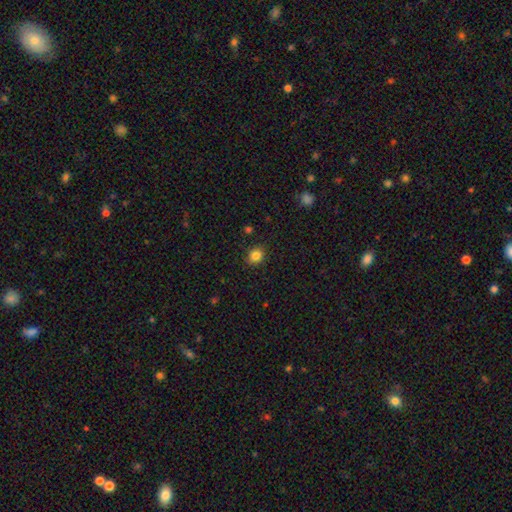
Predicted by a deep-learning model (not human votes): Q: Smooth or featured?
A: smooth (84%); runner-up: star or artifact (11%)
Q: How rounded?
A: round (72%); runner-up: in between (27%)
Q: Merging?
A: none (87%); runner-up: minor disturbance (9%)